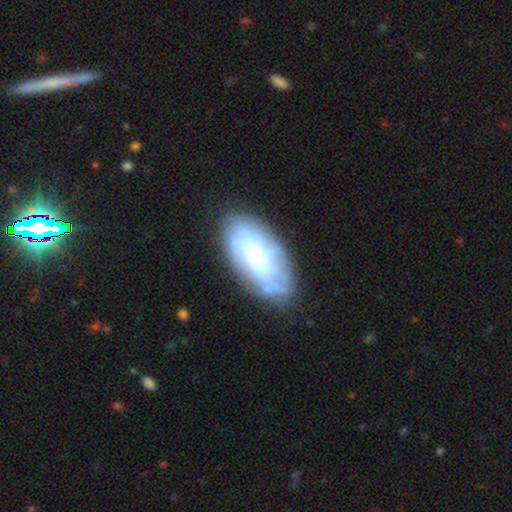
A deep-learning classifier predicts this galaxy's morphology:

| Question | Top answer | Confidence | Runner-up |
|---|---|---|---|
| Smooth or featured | smooth | 47% | featured or disk (45%) |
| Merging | none | 70% | minor disturbance (20%) |